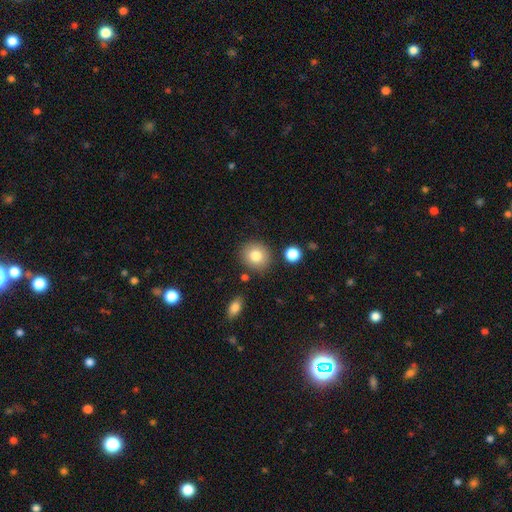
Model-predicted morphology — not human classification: This appears to be a smooth galaxy with no disk features (81%) that is round (82%). Merging: none (83%).